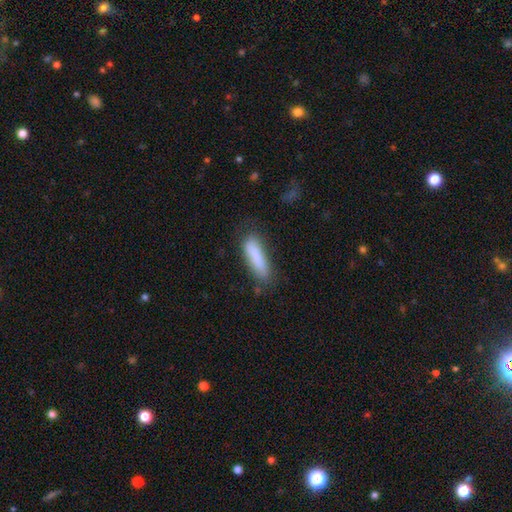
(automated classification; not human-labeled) smooth_or_featured: smooth (p=0.82) [alt: featured or disk p=0.11]
how_rounded: cigar-shaped (p=0.65) [alt: in between p=0.33]
merging: none (p=0.65) [alt: minor disturbance p=0.23]